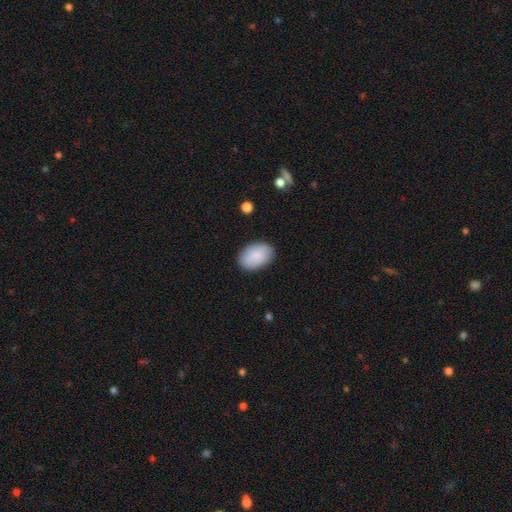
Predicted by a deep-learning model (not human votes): A smooth galaxy with no disk features (85%) that is in between round and cigar-shaped (89%). Merging: none (85%).